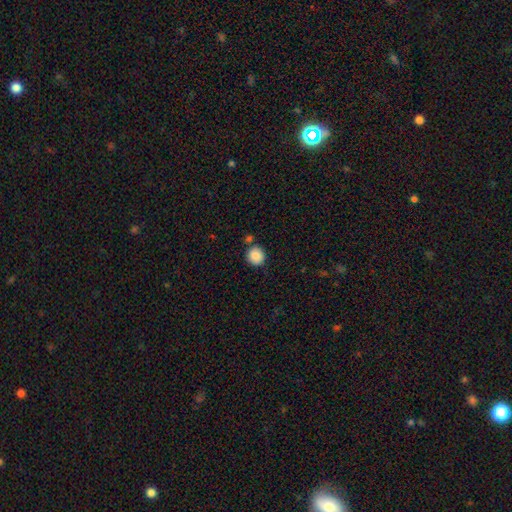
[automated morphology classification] type=smooth (87%); roundness=round (90%); merging=none (78%).